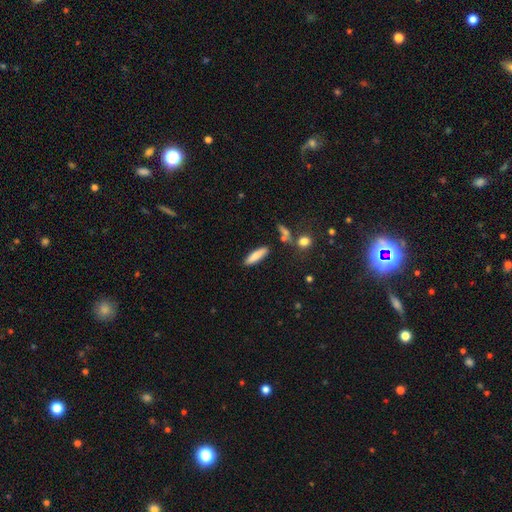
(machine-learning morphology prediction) smooth-or-featured: smooth: 81% | featured or disk: 12% | star or artifact: 7%
  how-rounded: cigar-shaped: 64% | in between: 34% | round: 2%
  merging: none: 85% | minor disturbance: 9% | merger: 4% | major disturbance: 2%